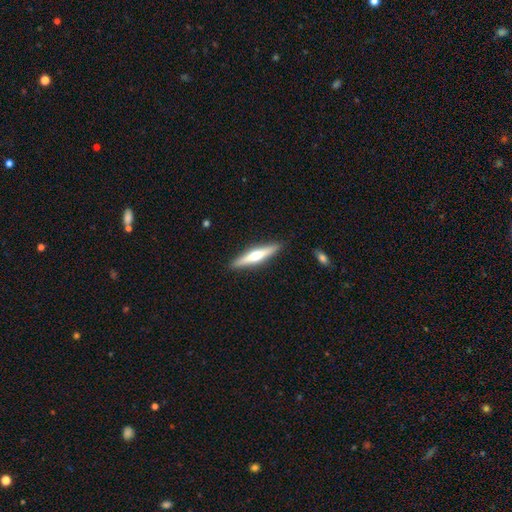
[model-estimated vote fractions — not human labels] This appears to be a featured or disk galaxy (58%) viewed edge-on (96%) with a rounded central bulge (90%). Merging: none (91%).